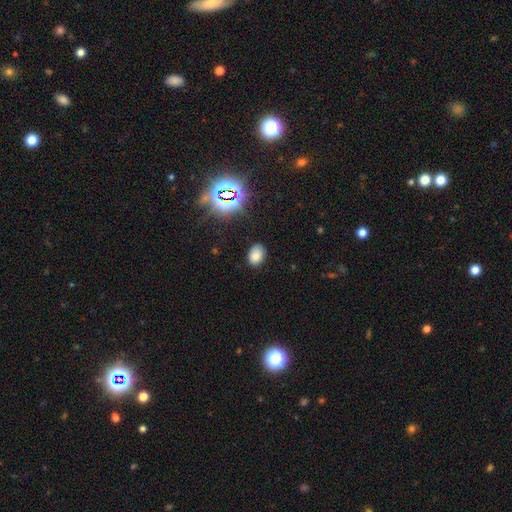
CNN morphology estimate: Q: Smooth or featured?
A: smooth (74%); runner-up: star or artifact (18%)
Q: How rounded?
A: in between (73%); runner-up: round (26%)
Q: Merging?
A: none (81%); runner-up: minor disturbance (14%)